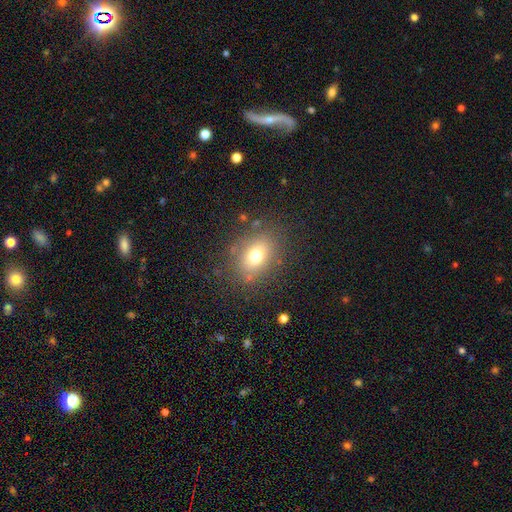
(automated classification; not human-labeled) Q: Smooth or featured?
A: smooth (71%); runner-up: featured or disk (15%)
Q: How rounded?
A: in between (61%); runner-up: round (37%)
Q: Merging?
A: none (80%); runner-up: minor disturbance (12%)